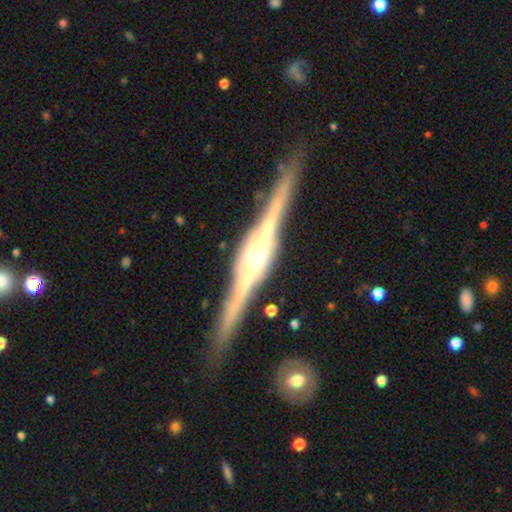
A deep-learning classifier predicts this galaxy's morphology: type=featured or disk (90%); edge-on=yes (98%); edge-on bulge=rounded (58%); merging=none (88%).